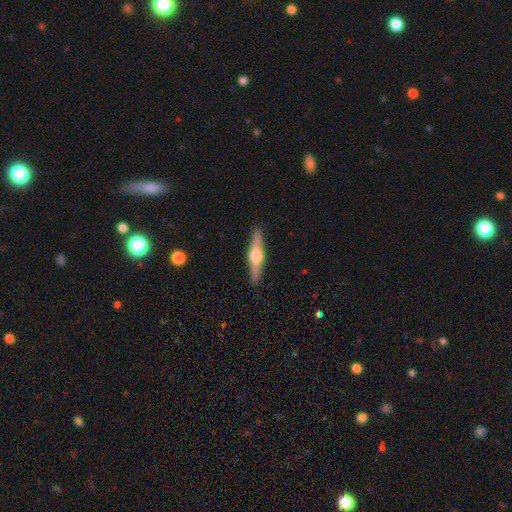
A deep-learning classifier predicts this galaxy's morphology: Smooth or featured? featured or disk (67%)
Edge-on disk? yes (97%)
Edge-on bulge? rounded (94%)
Merging? none (91%)